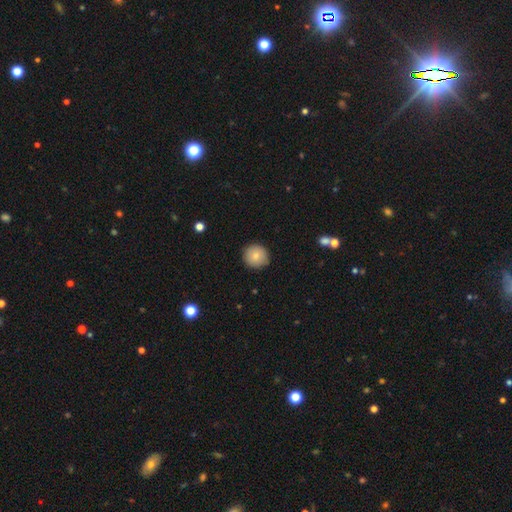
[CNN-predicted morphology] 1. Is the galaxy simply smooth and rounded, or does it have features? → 81% smooth, 11% featured or disk, 8% star or artifact.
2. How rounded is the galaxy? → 94% round, 5% in between, 1% cigar-shaped.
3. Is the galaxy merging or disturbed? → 89% none, 8% minor disturbance, 2% major disturbance, 1% merger.